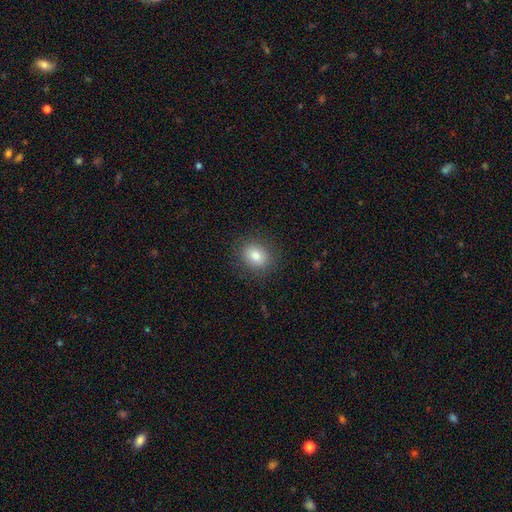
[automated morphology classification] Q: Smooth or featured?
A: smooth (82%); runner-up: star or artifact (10%)
Q: How rounded?
A: round (54%); runner-up: in between (45%)
Q: Merging?
A: none (88%); runner-up: minor disturbance (9%)